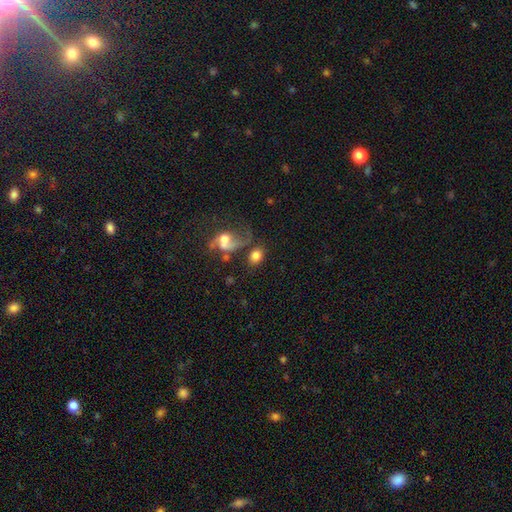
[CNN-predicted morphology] smooth-or-featured: smooth: 75% | featured or disk: 15% | star or artifact: 10%
  how-rounded: in between: 57% | round: 41% | cigar-shaped: 2%
  merging: none: 52% | merger: 22% | minor disturbance: 13% | major disturbance: 13%